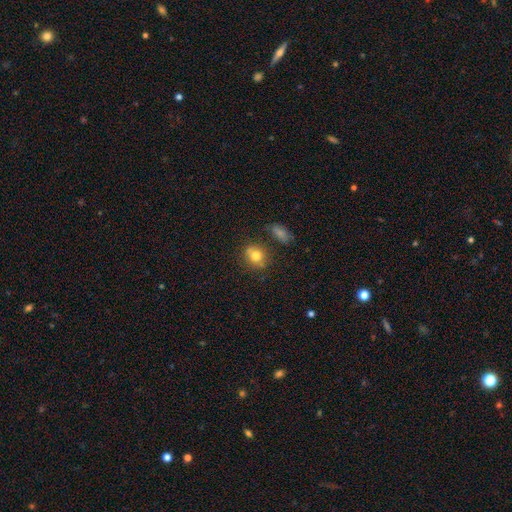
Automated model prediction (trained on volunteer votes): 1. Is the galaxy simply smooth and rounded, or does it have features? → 76% smooth, 13% featured or disk, 11% star or artifact.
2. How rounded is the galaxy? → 72% round, 26% in between, 1% cigar-shaped.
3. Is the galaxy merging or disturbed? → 67% none, 18% minor disturbance, 10% merger, 5% major disturbance.